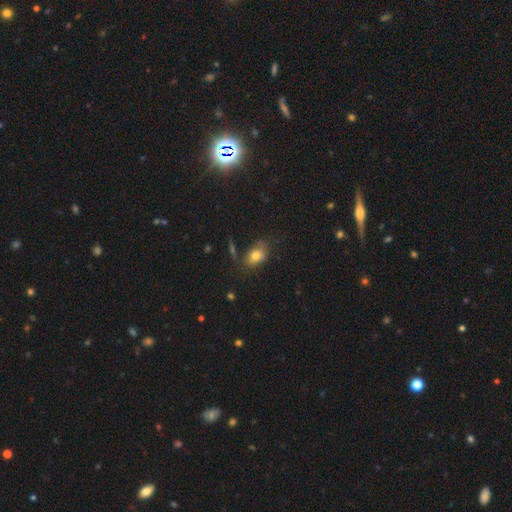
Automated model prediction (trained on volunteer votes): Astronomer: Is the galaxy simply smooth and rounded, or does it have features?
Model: smooth — 77%.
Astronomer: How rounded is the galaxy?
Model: in between — 78%.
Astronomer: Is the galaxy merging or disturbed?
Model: none — 56%.